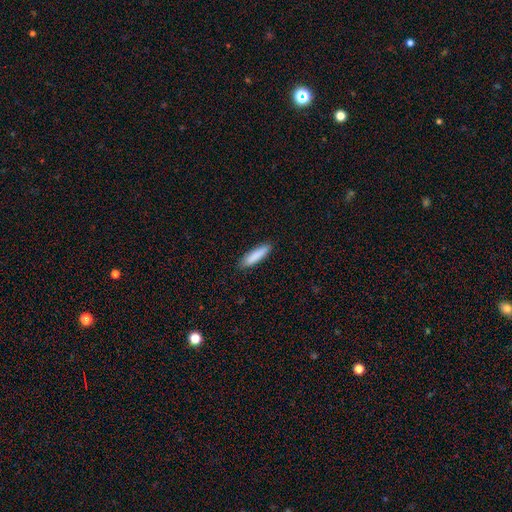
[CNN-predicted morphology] Q: Smooth or featured?
A: smooth (87%); runner-up: featured or disk (7%)
Q: How rounded?
A: cigar-shaped (74%); runner-up: in between (25%)
Q: Merging?
A: none (89%); runner-up: minor disturbance (9%)